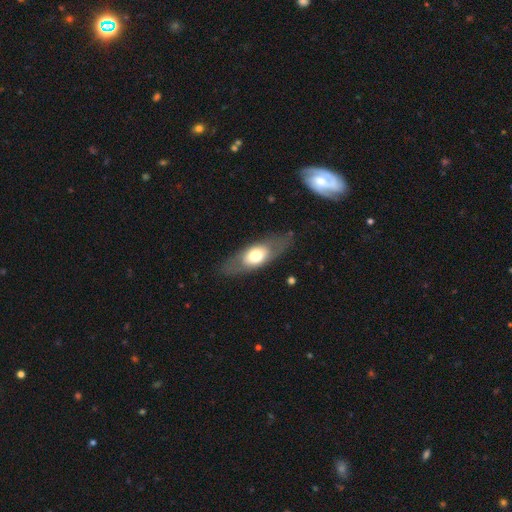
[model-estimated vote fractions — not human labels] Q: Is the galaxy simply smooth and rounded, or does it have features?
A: smooth — 50%.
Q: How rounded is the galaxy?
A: in between — 76%.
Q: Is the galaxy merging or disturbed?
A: none — 80%.